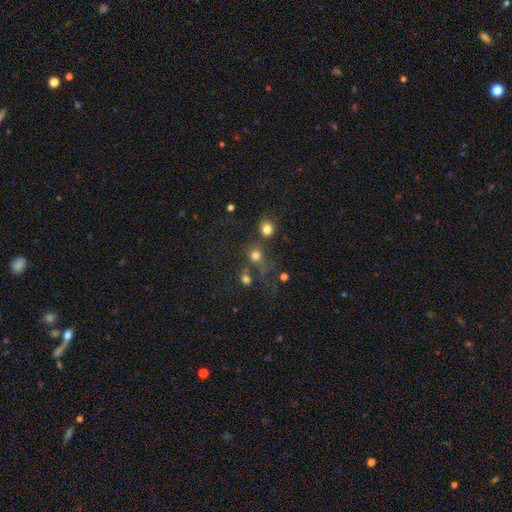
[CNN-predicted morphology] smooth 70%, star or artifact 21%, featured or disk 9%. Down the decision tree: how rounded — round (88%); merging — none (60%).